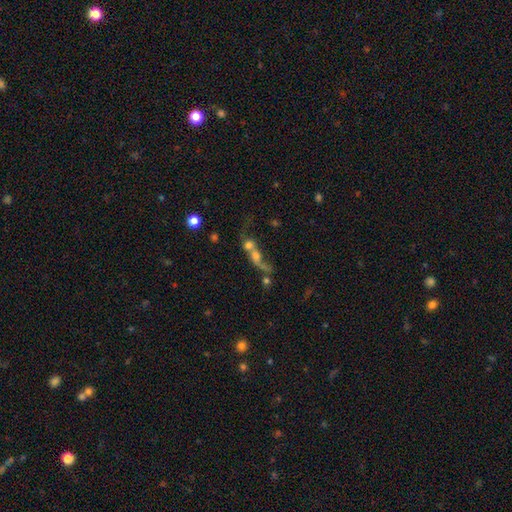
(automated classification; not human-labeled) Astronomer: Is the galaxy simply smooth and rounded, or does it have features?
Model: smooth — 43% (runner-up: featured or disk, 36%).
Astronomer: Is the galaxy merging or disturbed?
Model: merger — 66%.